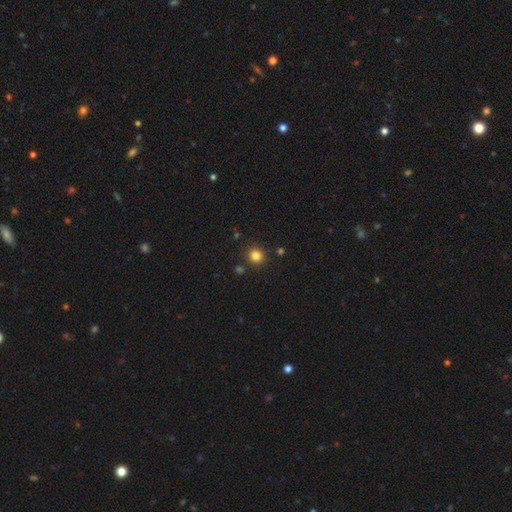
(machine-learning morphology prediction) Smooth or featured? Predicted: smooth (p=0.82). How rounded? Predicted: round (p=0.91). Merging? Predicted: none (p=0.87).